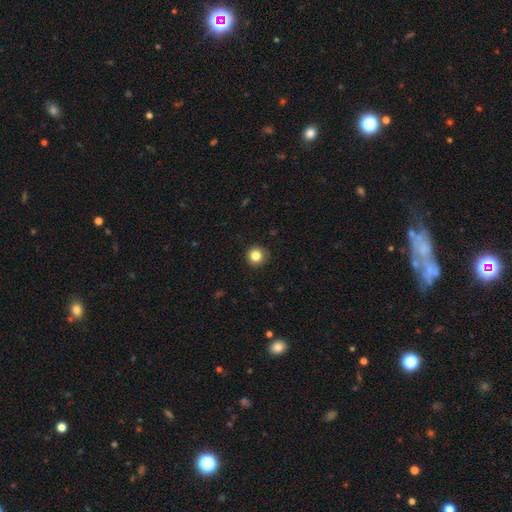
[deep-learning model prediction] Overall: smooth (84%). How rounded: round (94%). Merging: none (89%).